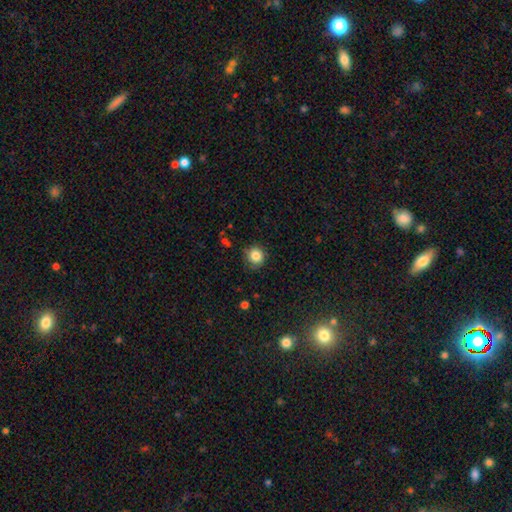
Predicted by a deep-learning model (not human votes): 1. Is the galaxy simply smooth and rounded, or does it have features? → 83% smooth, 11% star or artifact, 6% featured or disk.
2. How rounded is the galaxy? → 90% round, 9% in between, 1% cigar-shaped.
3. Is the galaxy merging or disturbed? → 80% none, 15% minor disturbance, 3% major disturbance, 1% merger.